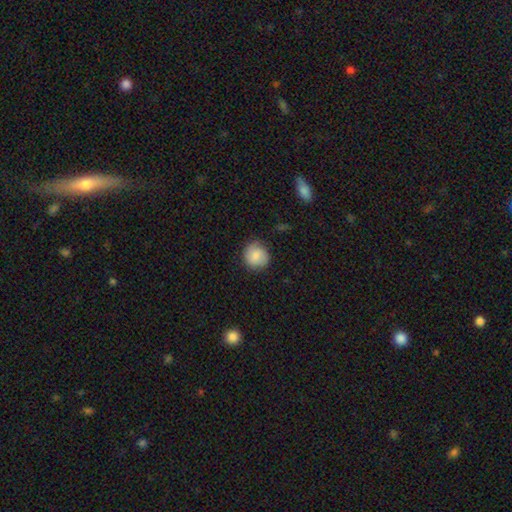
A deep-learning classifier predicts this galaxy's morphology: This is likely a smooth galaxy (79%). How rounded: clearly round (87%). Merging: clearly none (80%).